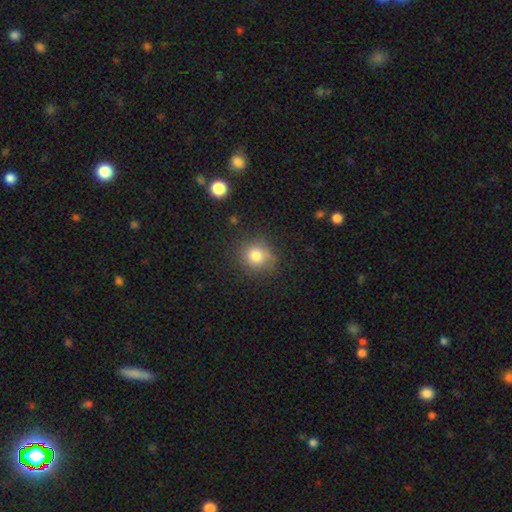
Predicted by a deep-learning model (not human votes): smooth_or_featured: smooth (p=0.79) [alt: star or artifact p=0.12]
how_rounded: round (p=0.87) [alt: in between p=0.12]
merging: none (p=0.77) [alt: minor disturbance p=0.16]